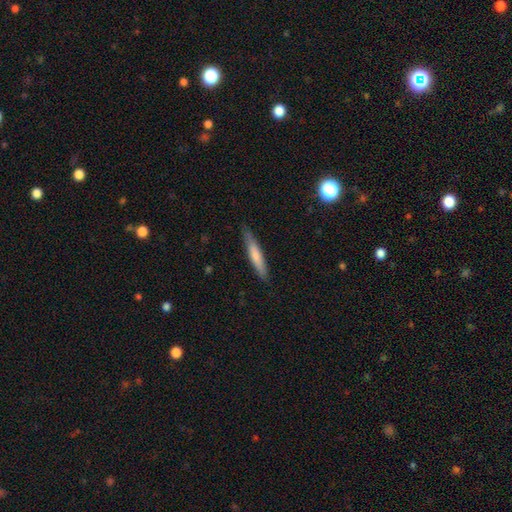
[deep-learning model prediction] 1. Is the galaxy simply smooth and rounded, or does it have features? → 68% smooth, 27% featured or disk, 5% star or artifact.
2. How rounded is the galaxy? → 91% cigar-shaped, 8% in between, 1% round.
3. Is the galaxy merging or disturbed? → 86% none, 11% minor disturbance, 2% major disturbance, 1% merger.